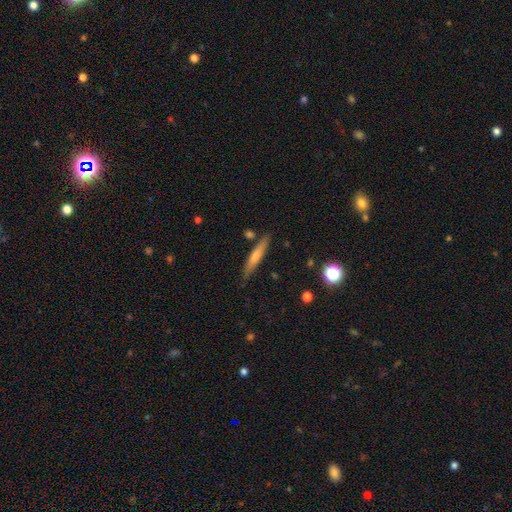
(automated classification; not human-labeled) Smooth or featured? smooth (61%)
How rounded? cigar-shaped (91%)
Merging? none (81%)